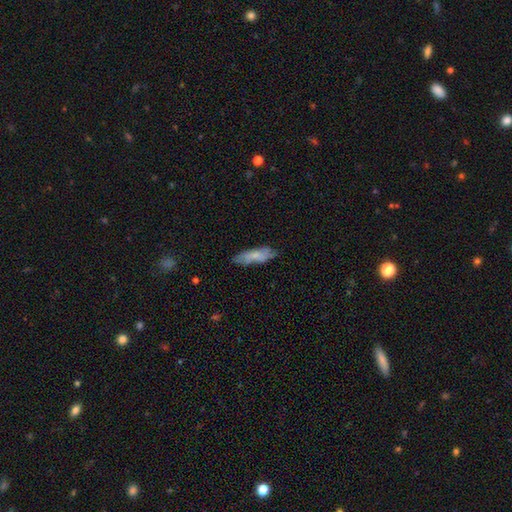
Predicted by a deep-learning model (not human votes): A smooth galaxy with no disk features (64%) that is cigar-shaped (53%). Merging: none (69%).